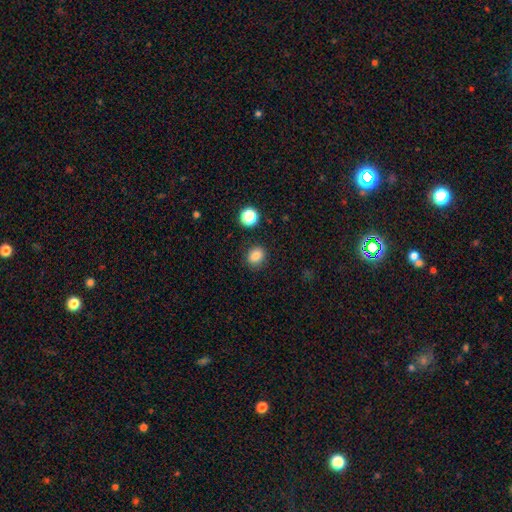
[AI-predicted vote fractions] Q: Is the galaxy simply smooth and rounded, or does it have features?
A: smooth — 84%.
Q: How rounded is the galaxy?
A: round — 65%.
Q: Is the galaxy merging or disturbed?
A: none — 86%.